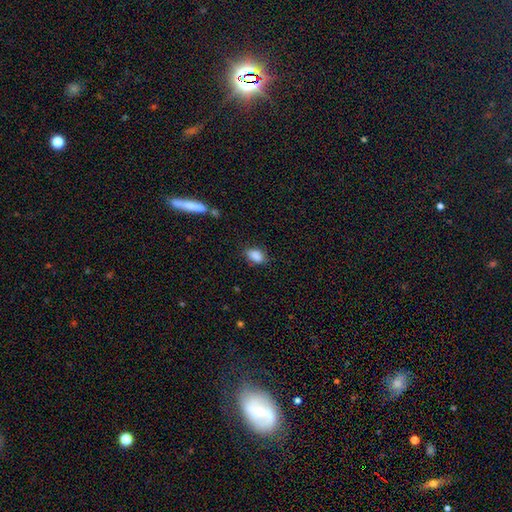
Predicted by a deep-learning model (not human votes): Q: Smooth or featured?
A: smooth (87%); runner-up: star or artifact (9%)
Q: How rounded?
A: in between (83%); runner-up: round (15%)
Q: Merging?
A: none (77%); runner-up: minor disturbance (17%)